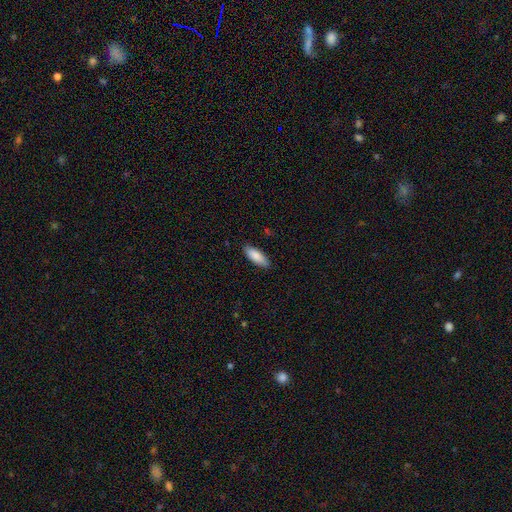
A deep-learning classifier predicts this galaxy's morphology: A smooth galaxy with no disk features (88%) that is in between round and cigar-shaped (71%).

Vote fractions:
- Smooth or featured? smooth: 88% / featured or disk: 6% / star or artifact: 6%
- How rounded? in between: 71% / cigar-shaped: 27% / round: 2%
- Merging? none: 86% / minor disturbance: 11% / major disturbance: 2% / merger: 1%